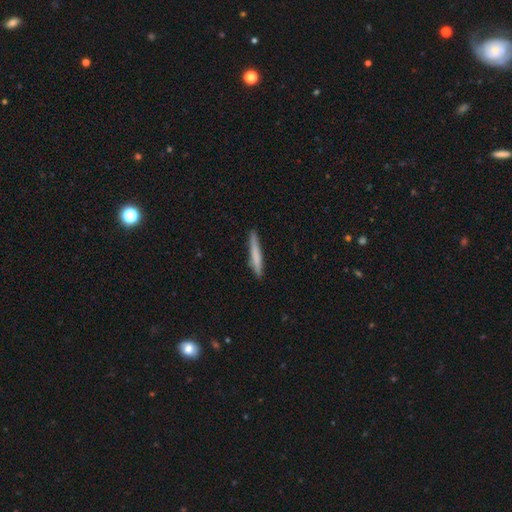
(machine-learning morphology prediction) smooth_or_featured: smooth (p=0.71) [alt: featured or disk p=0.23]
how_rounded: cigar-shaped (p=0.95) [alt: in between p=0.03]
merging: none (p=0.88) [alt: minor disturbance p=0.10]